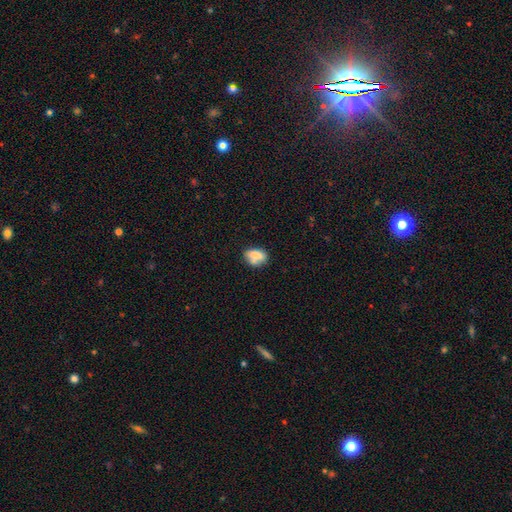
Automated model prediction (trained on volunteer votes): Q: Smooth or featured?
A: smooth (77%); runner-up: featured or disk (14%)
Q: How rounded?
A: in between (76%); runner-up: round (22%)
Q: Merging?
A: none (54%); runner-up: minor disturbance (23%)